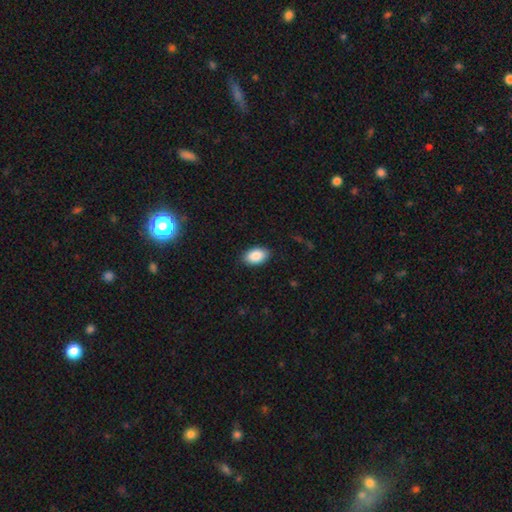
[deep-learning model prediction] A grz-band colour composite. It shows a smooth galaxy with no disk features (89%) that is in between round and cigar-shaped (93%). Merging: none (89%).